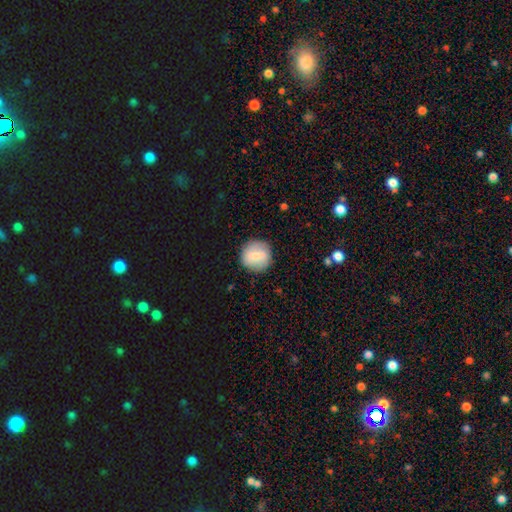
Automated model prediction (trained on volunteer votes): Q: Smooth or featured?
A: smooth (69%); runner-up: featured or disk (24%)
Q: How rounded?
A: round (92%); runner-up: in between (7%)
Q: Merging?
A: none (87%); runner-up: minor disturbance (9%)